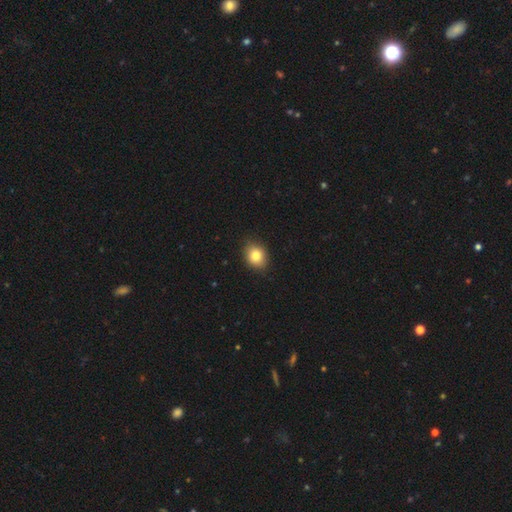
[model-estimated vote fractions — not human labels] smooth-or-featured: smooth: 82% | star or artifact: 10% | featured or disk: 8%
  how-rounded: round: 50% | in between: 49% | cigar-shaped: 1%
  merging: none: 86% | minor disturbance: 11% | major disturbance: 2% | merger: 1%